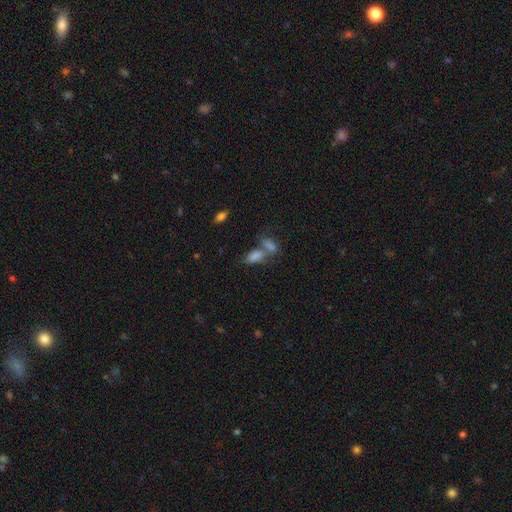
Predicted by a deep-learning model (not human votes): A smooth galaxy with no disk features (74%) that is in between round and cigar-shaped (84%). Merging: merger (50%).